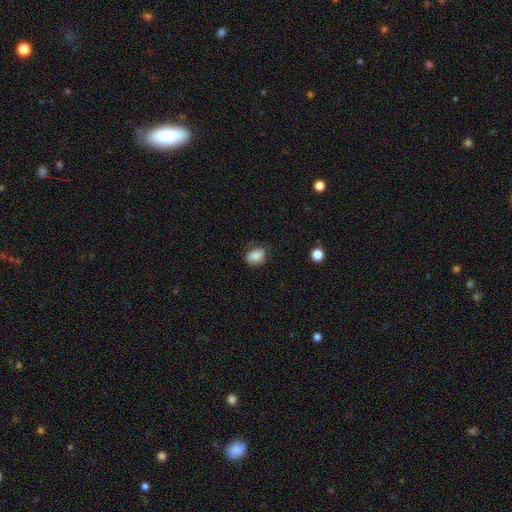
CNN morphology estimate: This appears to be a smooth galaxy with no disk features (82%) that is in between round and cigar-shaped (58%). Merging: none (63%).